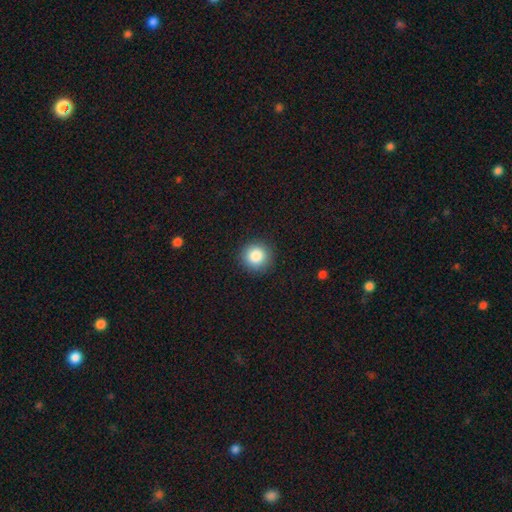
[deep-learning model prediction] smooth 86%, star or artifact 9%, featured or disk 5%. Down the decision tree: how rounded — round (94%); merging — none (91%).